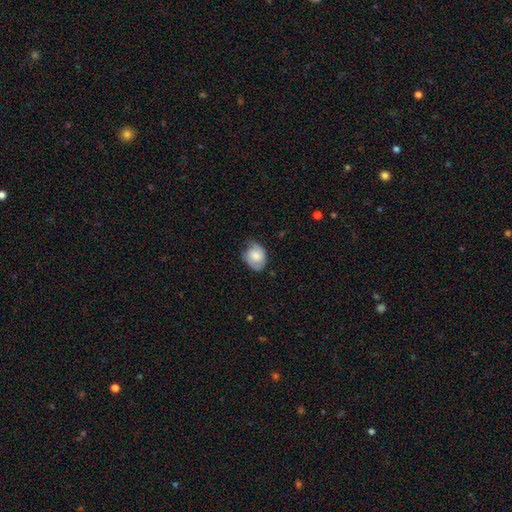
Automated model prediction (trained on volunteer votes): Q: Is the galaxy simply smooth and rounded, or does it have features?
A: smooth — 69%.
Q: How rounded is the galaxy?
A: in between — 62%.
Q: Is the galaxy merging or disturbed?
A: none — 51%.